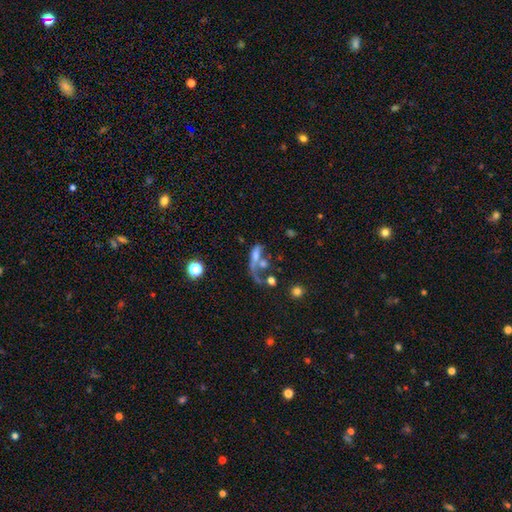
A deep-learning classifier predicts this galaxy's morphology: This appears to be a featured or disk galaxy (42%). Merging: merger (35%).